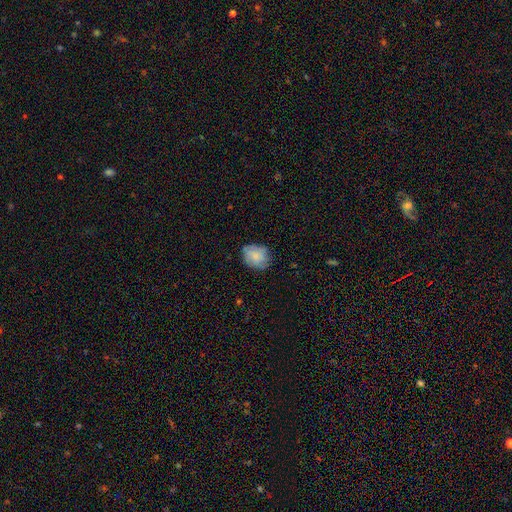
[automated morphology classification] This is likely a smooth galaxy (76%). How rounded: possibly in between (54%). Merging: likely none (71%).